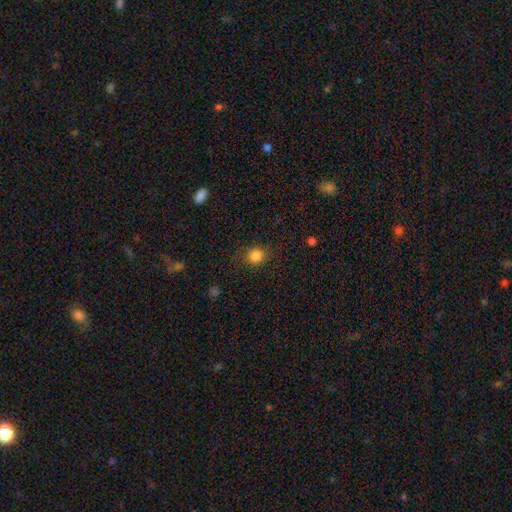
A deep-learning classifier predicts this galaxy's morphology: smooth 85%, star or artifact 11%, featured or disk 4%. Down the decision tree: how rounded — round (78%); merging — none (85%).